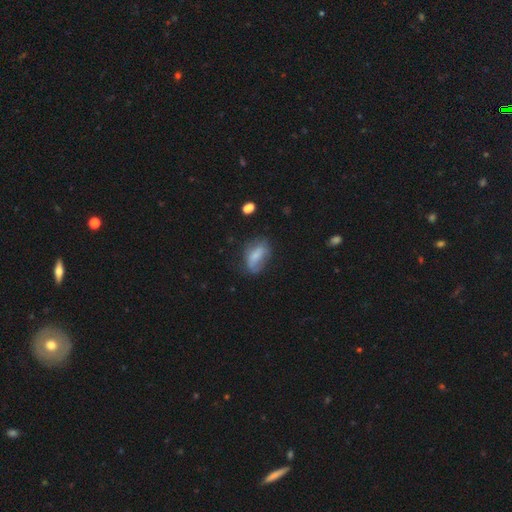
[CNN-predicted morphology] type=smooth (66%); roundness=in between (86%); merging=none (50%).